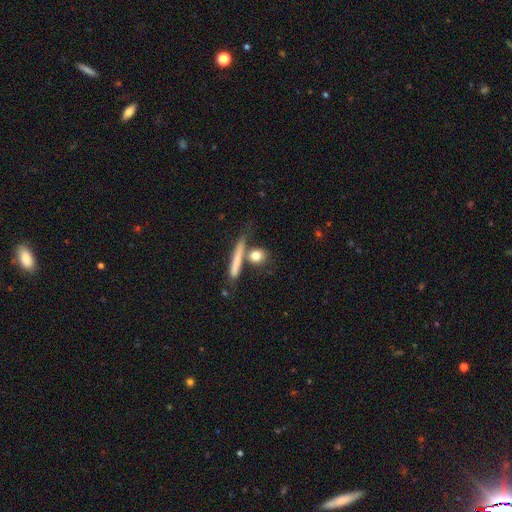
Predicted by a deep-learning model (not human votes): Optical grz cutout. It shows a smooth galaxy with no disk features (77%) that is round (61%). Merging: none (62%).